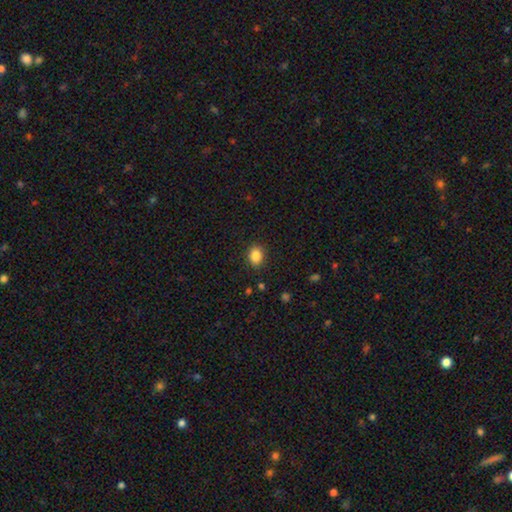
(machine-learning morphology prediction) Smooth or featured? smooth (86%)
How rounded? in between (61%)
Merging? none (87%)